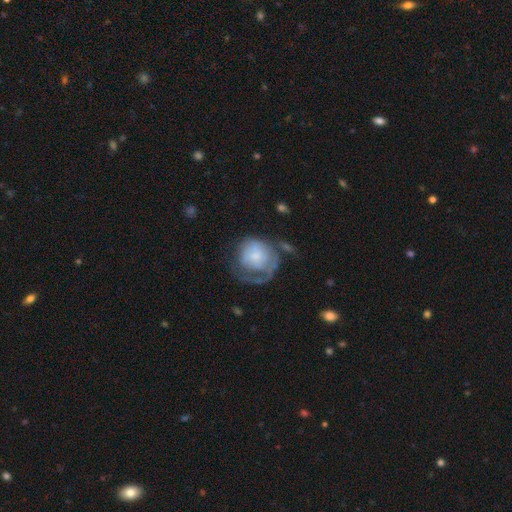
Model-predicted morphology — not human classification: smooth-or-featured: featured or disk: 49% | smooth: 44% | star or artifact: 7%
  merging: major disturbance: 42% | none: 31% | minor disturbance: 22% | merger: 5%